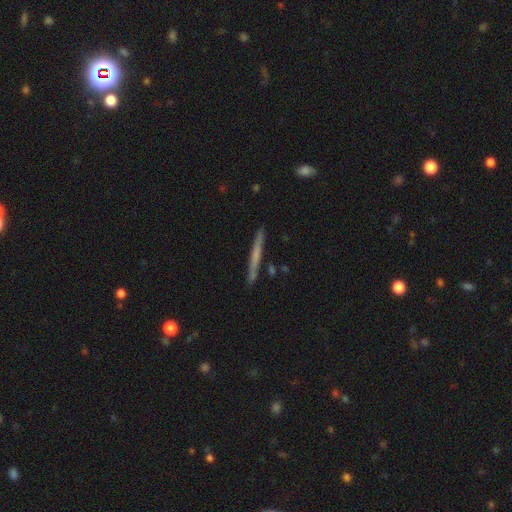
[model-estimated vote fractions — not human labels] A smooth galaxy with no disk features (48%). Merging: none (88%).